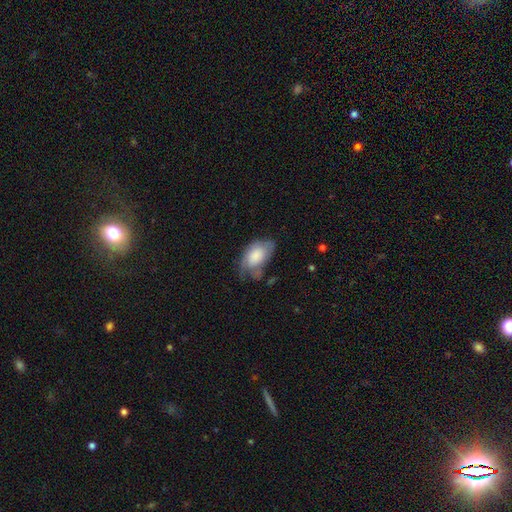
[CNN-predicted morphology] Q: Smooth or featured?
A: smooth (72%); runner-up: featured or disk (22%)
Q: How rounded?
A: in between (93%); runner-up: round (5%)
Q: Merging?
A: minor disturbance (37%); runner-up: none (35%)